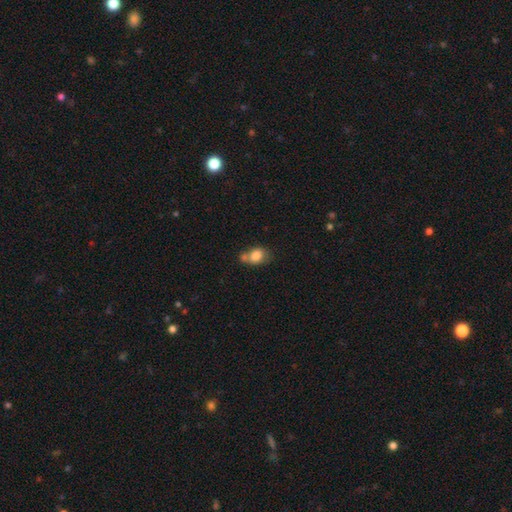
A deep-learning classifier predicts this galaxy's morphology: This is clearly a smooth galaxy (80%). How rounded: likely in between (62%). Merging: marginally none (39%).